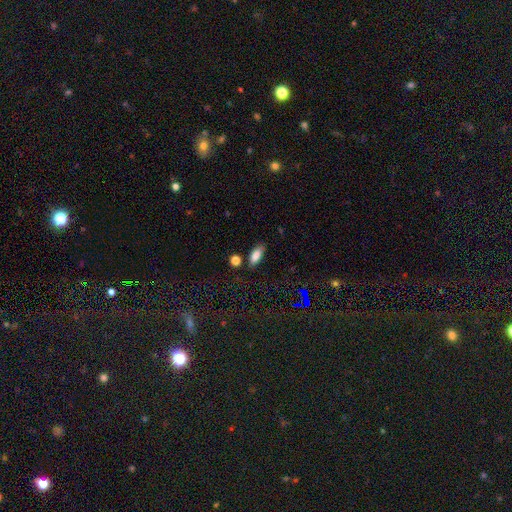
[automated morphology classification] Smooth or featured? smooth (83%)
How rounded? in between (81%)
Merging? none (73%)